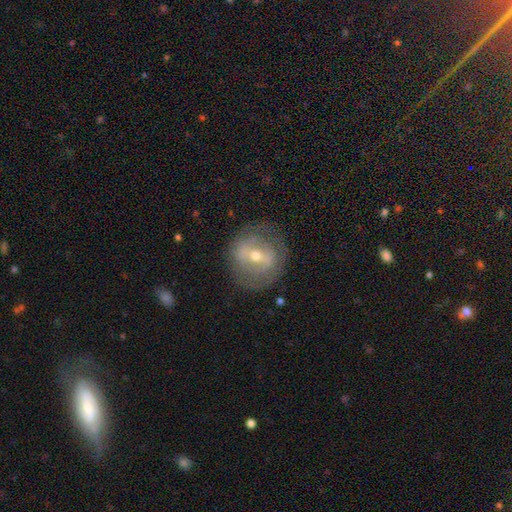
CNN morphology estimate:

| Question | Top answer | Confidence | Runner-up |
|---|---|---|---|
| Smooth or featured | featured or disk | 66% | smooth (26%) |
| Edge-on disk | no | 93% | yes (7%) |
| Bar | weak | 40% | strong (39%) |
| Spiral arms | no | 55% | yes (45%) |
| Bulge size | moderate | 55% | small (41%) |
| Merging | none | 76% | minor disturbance (15%) |